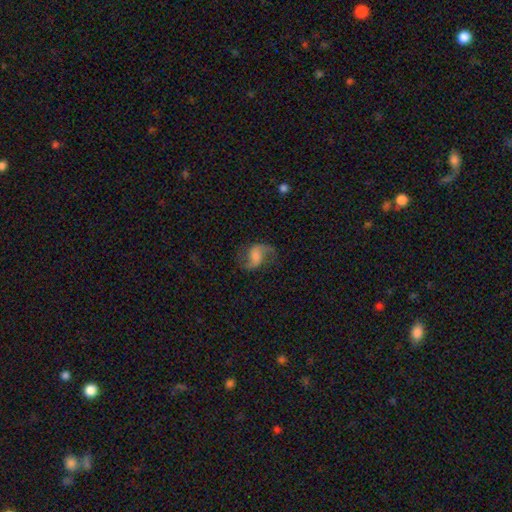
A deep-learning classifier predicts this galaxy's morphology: This appears to be a featured or disk galaxy (76%) with a weak bar (46%), 2 (91%) loose (61%) spiral arms (95%) and no central bulge (31%). Merging: none (72%).